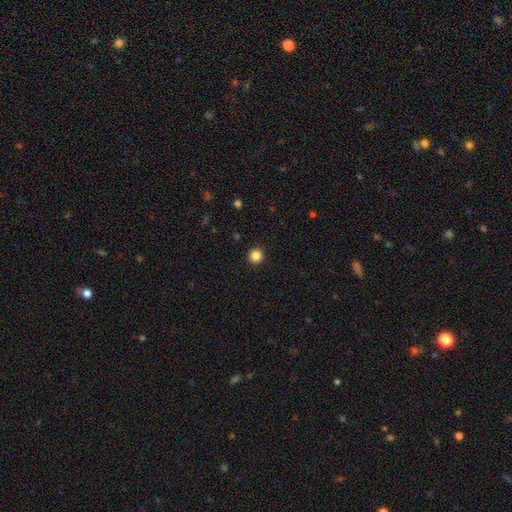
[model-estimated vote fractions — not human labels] This appears to be a smooth galaxy with no disk features (86%) that is round (96%). Merging: none (93%).